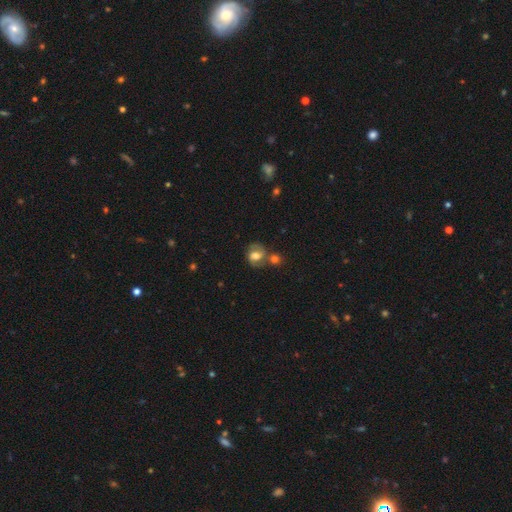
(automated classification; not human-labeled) Smooth or featured? smooth (50%)
Merging? none (48%)